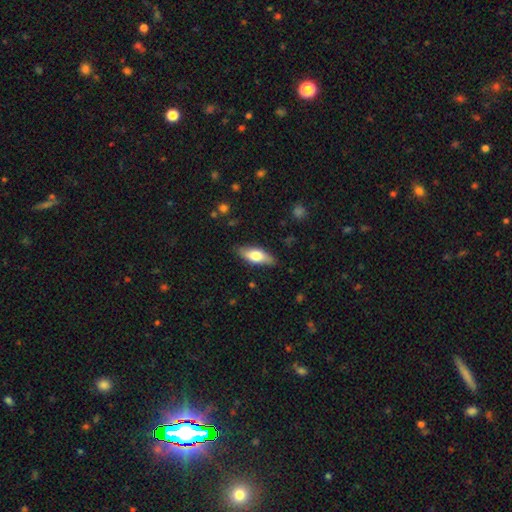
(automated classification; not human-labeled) smooth-or-featured: smooth: 68% | featured or disk: 26% | star or artifact: 6%
  how-rounded: in between: 74% | cigar-shaped: 23% | round: 3%
  merging: none: 84% | minor disturbance: 13% | major disturbance: 2% | merger: 1%